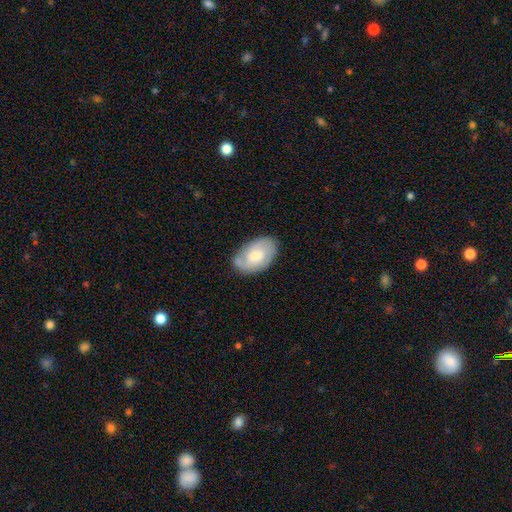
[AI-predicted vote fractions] The model was most divided on "smooth or featured": featured or disk: 50%, smooth: 44%, star or artifact: 6%. More confident: merging — none (70%).